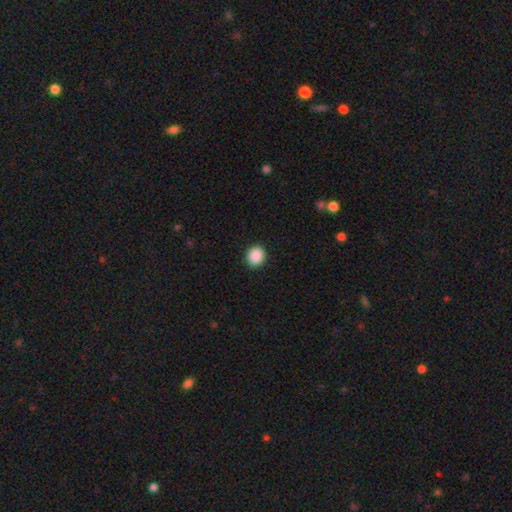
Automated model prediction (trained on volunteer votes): Smooth or featured? Predicted: smooth (p=0.90). How rounded? Predicted: round (p=0.72). Merging? Predicted: none (p=0.91).